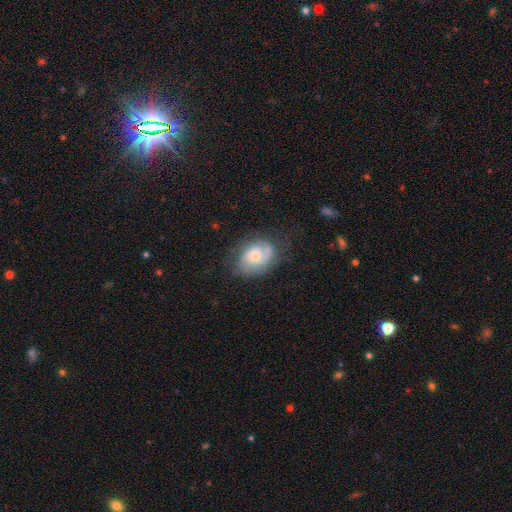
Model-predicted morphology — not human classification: Smooth or featured? featured or disk (64%)
Edge-on disk? no (97%)
Bar? no (72%)
Spiral arms? yes (86%)
Spiral winding? tight (46%)
Spiral arm count? 2 (49%)
Bulge size? small (57%)
Merging? none (64%)